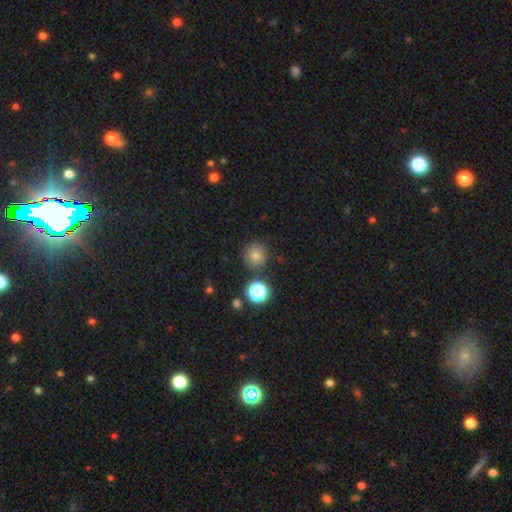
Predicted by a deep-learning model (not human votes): This appears to be a smooth galaxy with no disk features (77%) that is round (92%). Merging: none (83%).